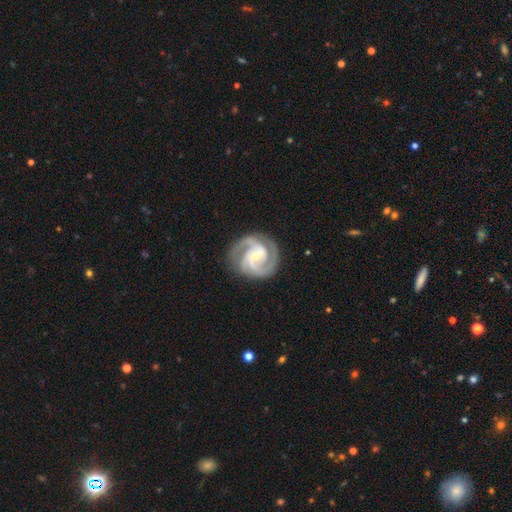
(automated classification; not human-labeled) Smooth or featured?
  - featured or disk: 92% *
  - smooth: 4%
  - star or artifact: 4%
Edge-on disk?
  - no: 98% *
  - yes: 2%
Bar?
  - weak: 48% *
  - no: 29%
  - strong: 23%
Spiral arms?
  - yes: 98% *
  - no: 2%
Spiral winding?
  - tight: 54% *
  - medium: 41%
  - loose: 5%
Spiral arm count?
  - 3: 42% *
  - 2: 41%
  - can't tell: 6%
  - 4: 4%
  - 1: 3%
  - more than 4: 3%
Bulge size?
  - small: 58% *
  - moderate: 38%
  - large: 2%
  - none: 2%
  - dominant: 1%
Merging?
  - none: 81% *
  - minor disturbance: 13%
  - major disturbance: 5%
  - merger: 1%